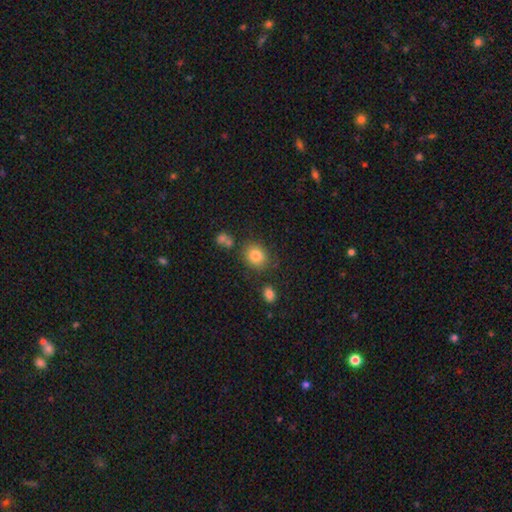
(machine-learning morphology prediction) smooth_or_featured: smooth (p=0.82) [alt: star or artifact p=0.10]
how_rounded: round (p=0.64) [alt: in between p=0.35]
merging: none (p=0.75) [alt: minor disturbance p=0.14]